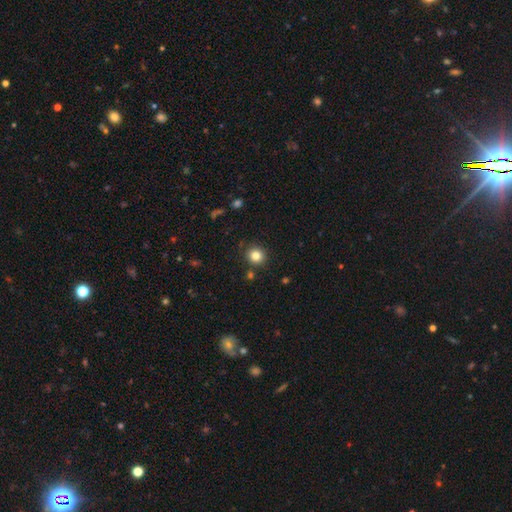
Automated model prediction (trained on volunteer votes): Overall: smooth (83%). How rounded: round (91%). Merging: none (88%).